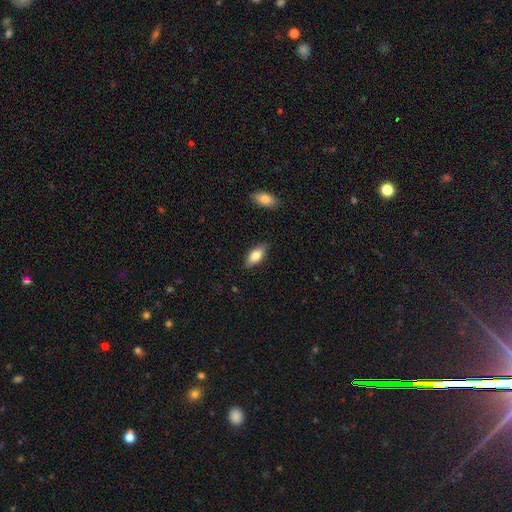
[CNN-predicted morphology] Smooth or featured?
  - smooth: 75% *
  - featured or disk: 18%
  - star or artifact: 6%
How rounded?
  - in between: 85% *
  - cigar-shaped: 13%
  - round: 3%
Merging?
  - none: 85% *
  - minor disturbance: 11%
  - major disturbance: 2%
  - merger: 1%